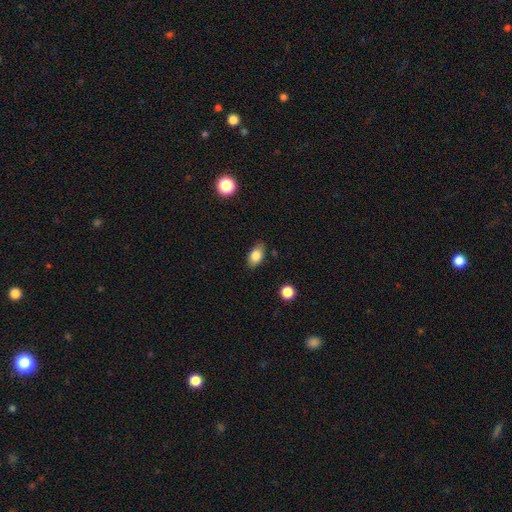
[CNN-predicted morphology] This is clearly a smooth galaxy (82%). How rounded: clearly in between (89%). Merging: clearly none (84%).